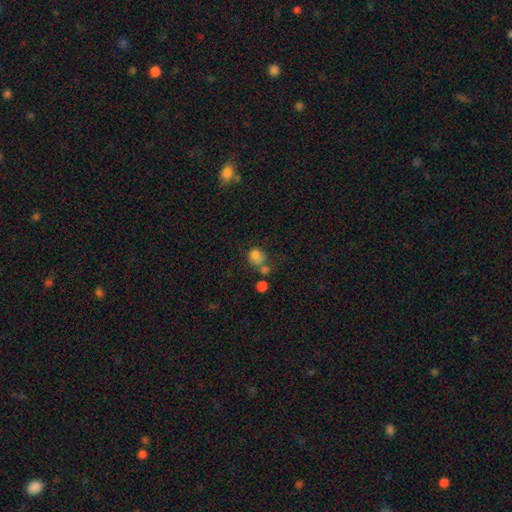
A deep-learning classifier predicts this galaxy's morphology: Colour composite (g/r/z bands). It shows a smooth galaxy with no disk features (79%) that is round (70%). Merging: none (43%).